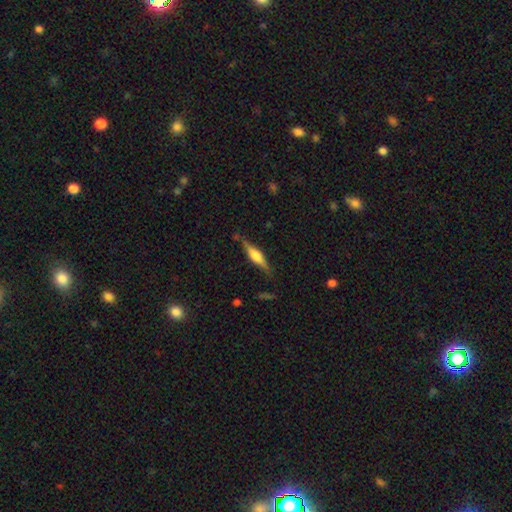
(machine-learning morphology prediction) Overall: featured or disk (52%; smooth 41%). Edge-on disk: yes (94%). Merging: none (77%).